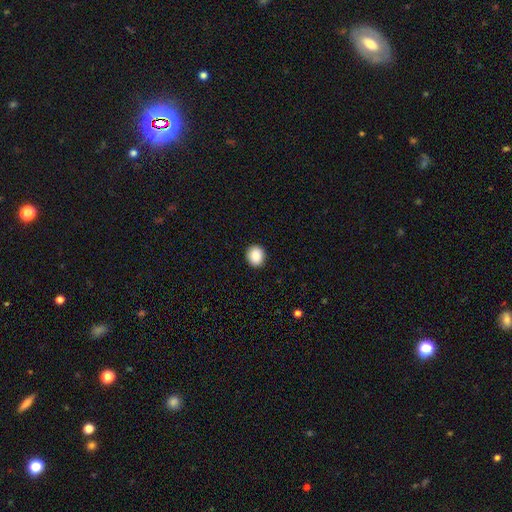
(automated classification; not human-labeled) This is clearly a smooth galaxy (88%). How rounded: likely round (74%). Merging: clearly none (92%).